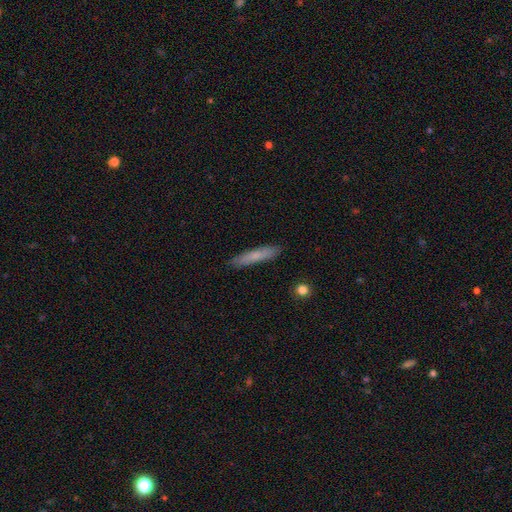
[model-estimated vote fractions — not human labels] This is likely a smooth galaxy (71%). How rounded: clearly cigar-shaped (92%). Merging: clearly none (88%).